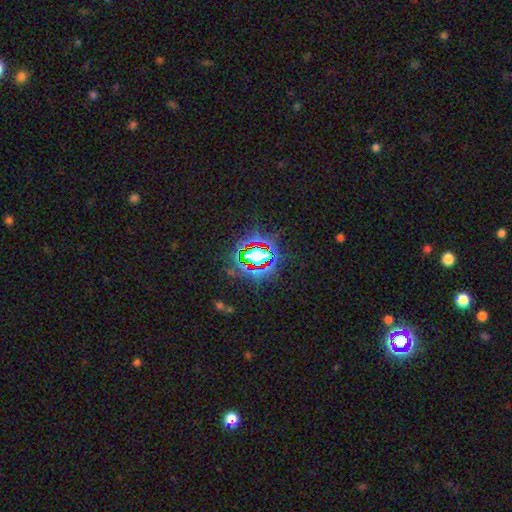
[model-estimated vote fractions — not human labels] Smooth or featured? Predicted: star or artifact (p=0.74).